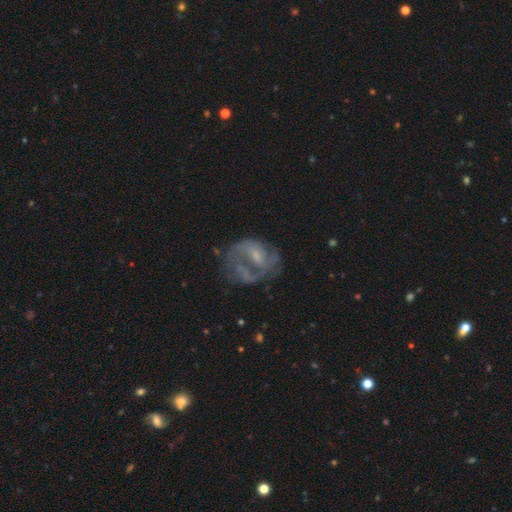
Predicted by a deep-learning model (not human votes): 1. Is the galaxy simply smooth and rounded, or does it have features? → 69% featured or disk, 20% smooth, 10% star or artifact.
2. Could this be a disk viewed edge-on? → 97% no, 3% yes.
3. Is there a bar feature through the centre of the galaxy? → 47% no, 42% weak, 11% strong.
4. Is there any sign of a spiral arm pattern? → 60% yes, 40% no.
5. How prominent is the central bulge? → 47% small, 25% moderate, 24% none, 3% large, 1% dominant.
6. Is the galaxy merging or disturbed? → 40% none, 33% major disturbance, 20% minor disturbance, 7% merger.